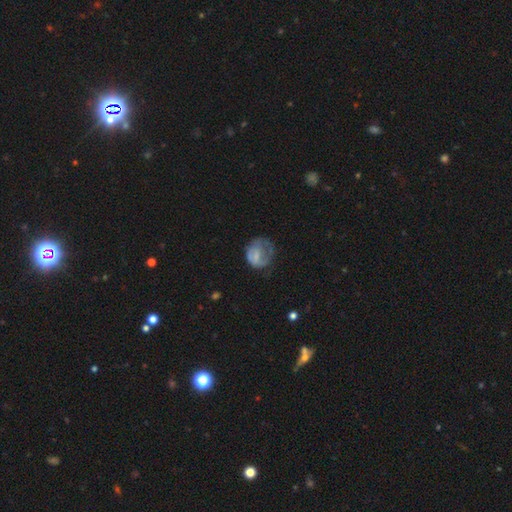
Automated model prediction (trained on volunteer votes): The model was most divided on "merging": major disturbance: 37%, none: 35%, minor disturbance: 27%, merger: 2%. More confident: how rounded — round (64%); smooth or featured — smooth (55%).